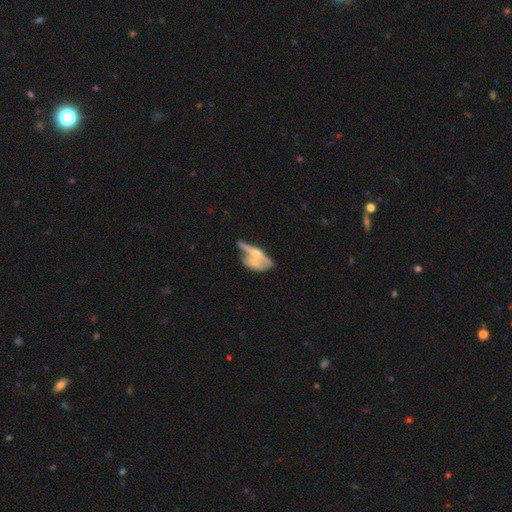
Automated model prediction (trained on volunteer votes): This appears to be a featured or disk galaxy (56%) viewed edge-on (63%). Merging: merger (54%).